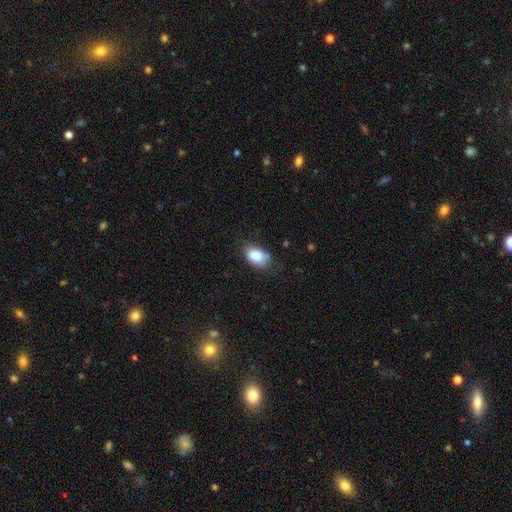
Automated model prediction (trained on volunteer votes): Smooth or featured: smooth — 83% (star or artifact — 8%)
How rounded: in between — 84% (round — 14%)
Merging: none — 62% (minor disturbance — 29%)